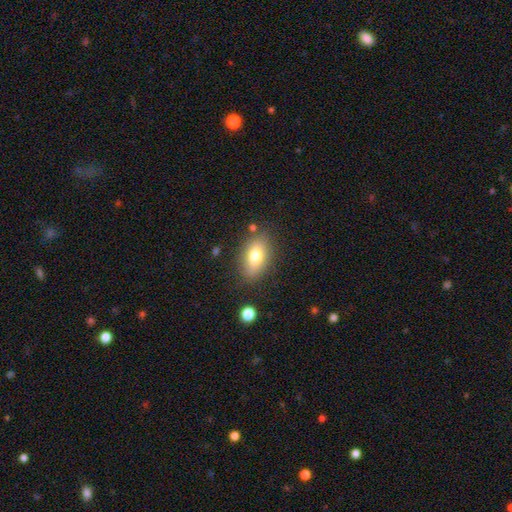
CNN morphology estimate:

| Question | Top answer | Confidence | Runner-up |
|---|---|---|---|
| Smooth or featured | smooth | 72% | featured or disk (19%) |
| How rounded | in between | 84% | round (10%) |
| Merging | none | 80% | minor disturbance (13%) |